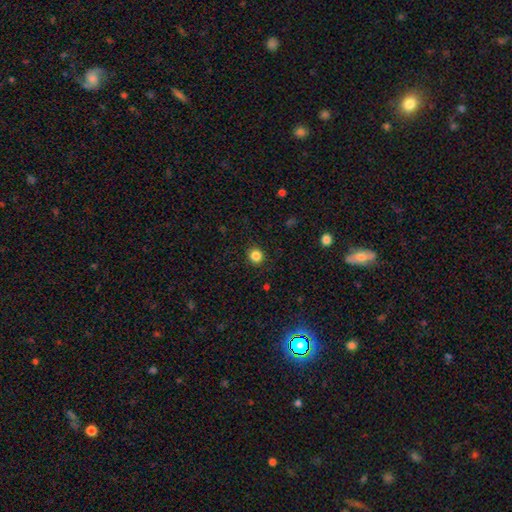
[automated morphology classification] A smooth galaxy with no disk features (85%) that is round (91%).

Vote fractions:
- Smooth or featured? smooth: 85% / star or artifact: 12% / featured or disk: 4%
- How rounded? round: 91% / in between: 8% / cigar-shaped: 1%
- Merging? none: 92% / minor disturbance: 5% / major disturbance: 2% / merger: 1%